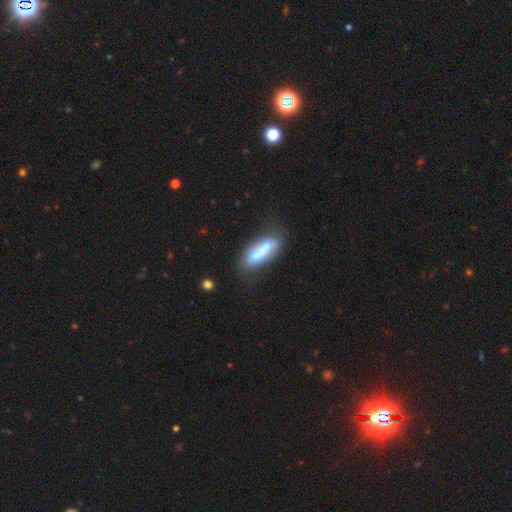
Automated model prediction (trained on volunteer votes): Morphology: type=smooth (58%); roundness=in between (57%); merging=none (37%).